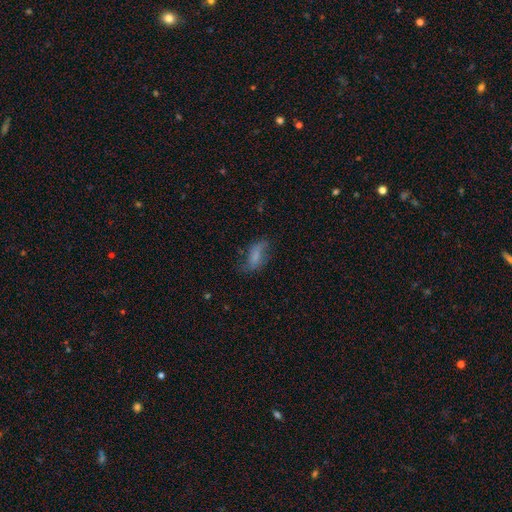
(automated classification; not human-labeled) Smooth or featured? smooth (54%)
How rounded? in between (86%)
Merging? none (52%)